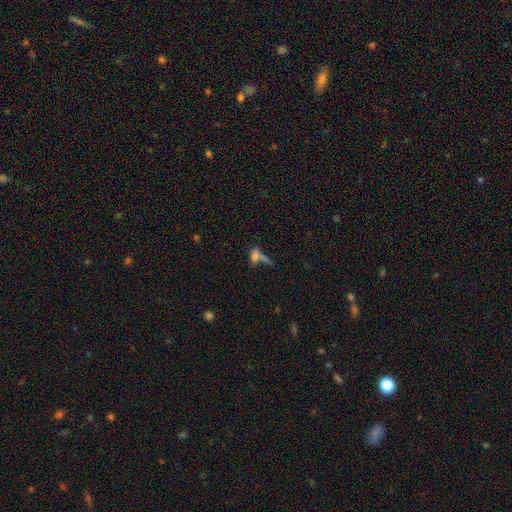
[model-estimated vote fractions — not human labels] A smooth galaxy with no disk features (58%) that is in between round and cigar-shaped (52%).

Vote fractions:
- Smooth or featured? smooth: 58% / featured or disk: 24% / star or artifact: 18%
- How rounded? in between: 52% / cigar-shaped: 37% / round: 11%
- Merging? merger: 39% / none: 33% / major disturbance: 16% / minor disturbance: 12%